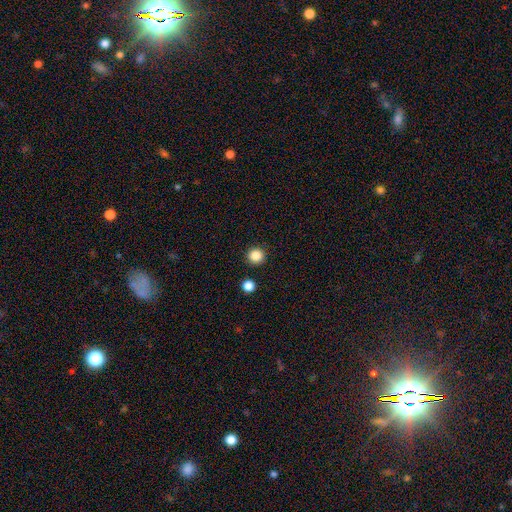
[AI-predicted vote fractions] This appears to be a smooth galaxy with no disk features (86%) that is round (95%). Merging: none (91%).